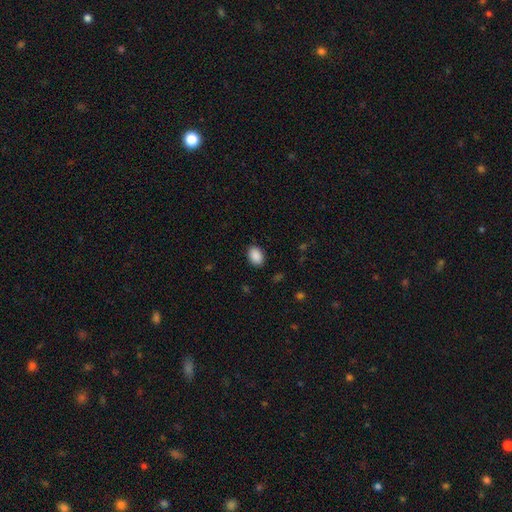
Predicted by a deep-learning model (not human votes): This is clearly a smooth galaxy (90%). How rounded: likely in between (79%). Merging: clearly none (87%).